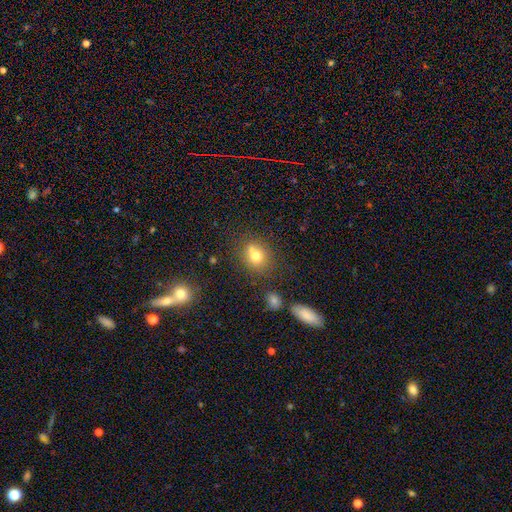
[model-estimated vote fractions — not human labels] A smooth galaxy with no disk features (71%) that is round (72%).

Vote fractions:
- Smooth or featured? smooth: 71% / featured or disk: 14% / star or artifact: 14%
- How rounded? round: 72% / in between: 27% / cigar-shaped: 1%
- Merging? none: 56% / merger: 26% / minor disturbance: 13% / major disturbance: 5%